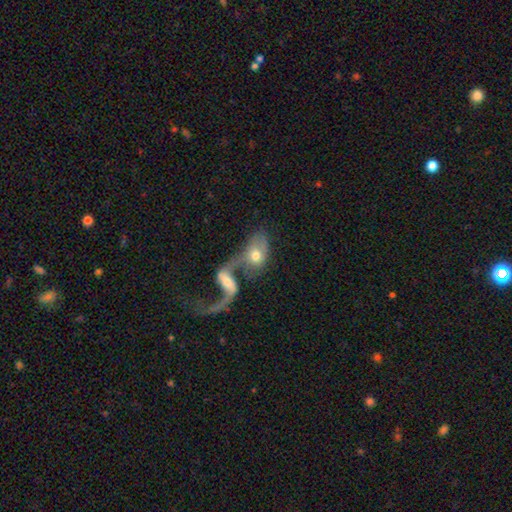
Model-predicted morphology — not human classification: Overall: featured or disk (52%; smooth 41%). Edge-on disk: no (92%). Merging: merger (72%).